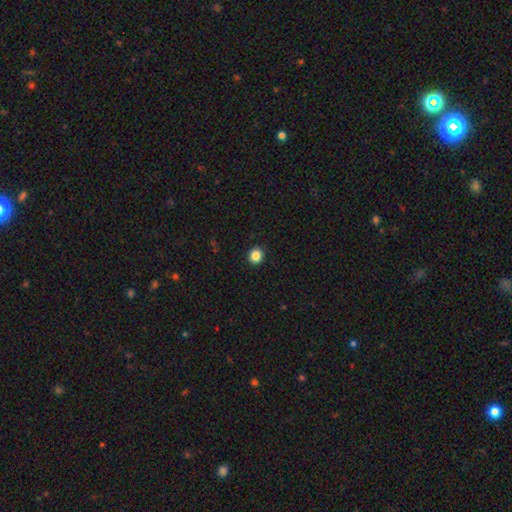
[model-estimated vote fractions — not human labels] A smooth galaxy with no disk features (86%) that is round (84%).

Vote fractions:
- Smooth or featured? smooth: 86% / star or artifact: 11% / featured or disk: 4%
- How rounded? round: 84% / in between: 15% / cigar-shaped: 1%
- Merging? none: 93% / minor disturbance: 5% / major disturbance: 2% / merger: 1%